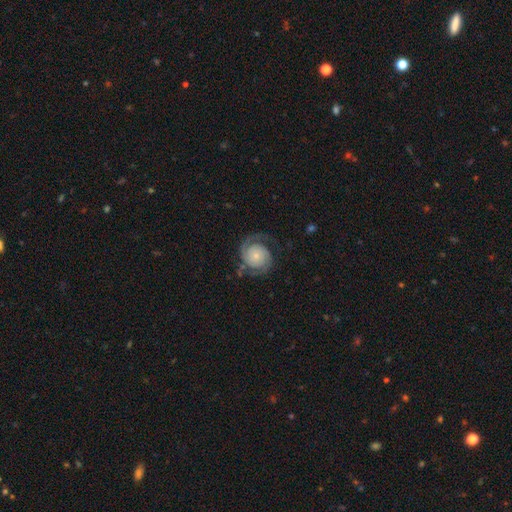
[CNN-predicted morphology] type=featured or disk (83%); edge-on=no (98%); bar=no (78%); spiral arms=yes (97%); winding=tight (50%); arm count=2 (84%); bulge=small (73%); merging=none (69%).